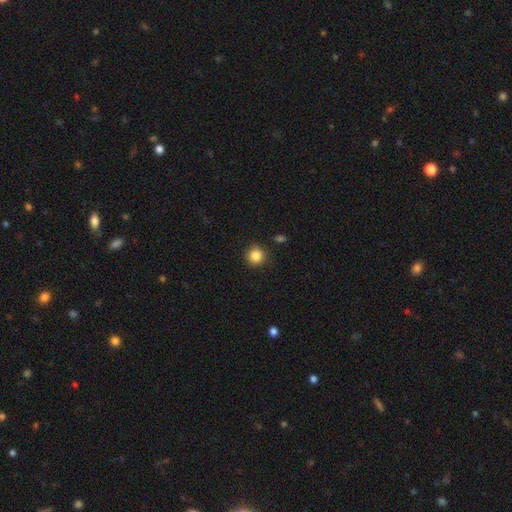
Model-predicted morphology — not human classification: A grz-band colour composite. It shows a smooth galaxy with no disk features (85%) that is round (94%). Merging: none (90%).